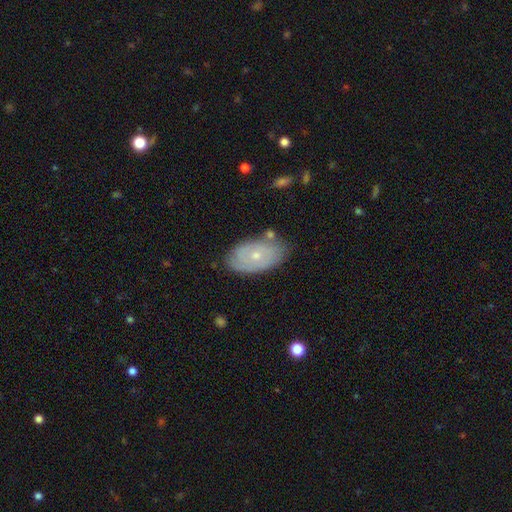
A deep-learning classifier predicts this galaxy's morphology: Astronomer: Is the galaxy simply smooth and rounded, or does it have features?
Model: featured or disk — 50% (runner-up: smooth, 43%).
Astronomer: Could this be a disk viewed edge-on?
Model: no — 92%.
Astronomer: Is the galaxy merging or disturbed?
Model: none — 73%.